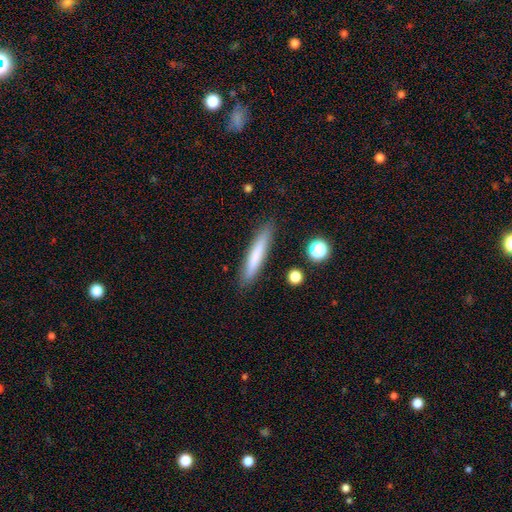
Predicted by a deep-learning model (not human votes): Smooth or featured: smooth — 72% (featured or disk — 21%)
How rounded: cigar-shaped — 93% (in between — 6%)
Merging: none — 89% (minor disturbance — 8%)